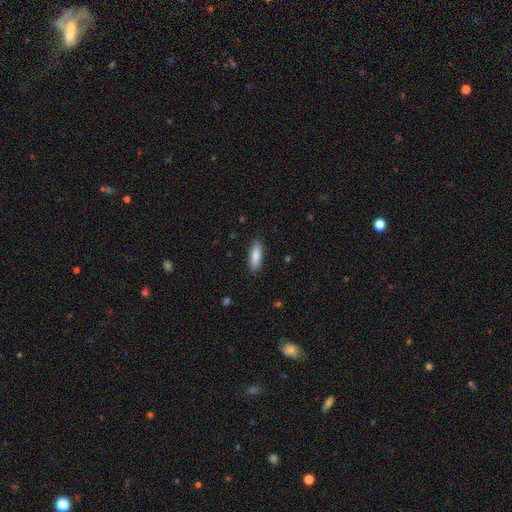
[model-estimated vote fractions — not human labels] A smooth galaxy with no disk features (86%) that is in between round and cigar-shaped (52%). Merging: none (88%).